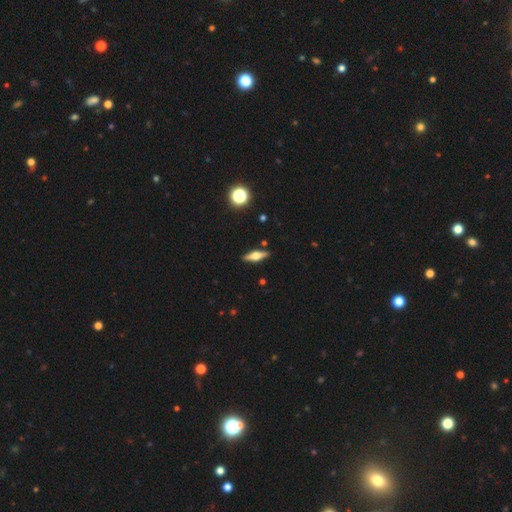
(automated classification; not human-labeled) smooth-or-featured: featured or disk: 57% | smooth: 36% | star or artifact: 8%
  disk-edge-on: yes: 94% | no: 6%
    edge-on-bulge: rounded: 90% | boxy: 7% | none: 2%
  merging: none: 89% | minor disturbance: 8% | major disturbance: 2% | merger: 2%